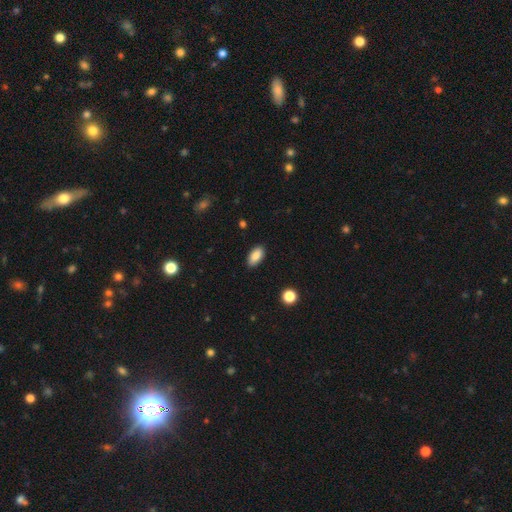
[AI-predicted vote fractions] This is clearly a smooth galaxy (88%). How rounded: clearly in between (93%). Merging: clearly none (88%).